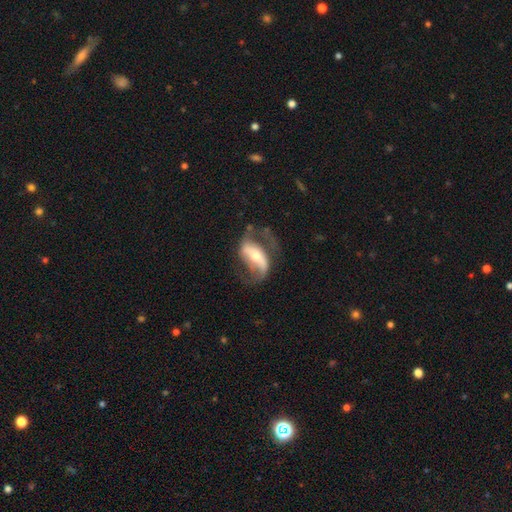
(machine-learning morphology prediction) This is clearly a featured or disk galaxy (80%). It is clearly not viewed edge-on (92%). Bar: possibly strong (57%). Spiral arm pattern: clearly yes (87%). Spiral arm count: clearly 2 (86%). Spiral winding: possibly loose (51%). Central bulge: possibly moderate (55%). Merging: possibly none (57%).